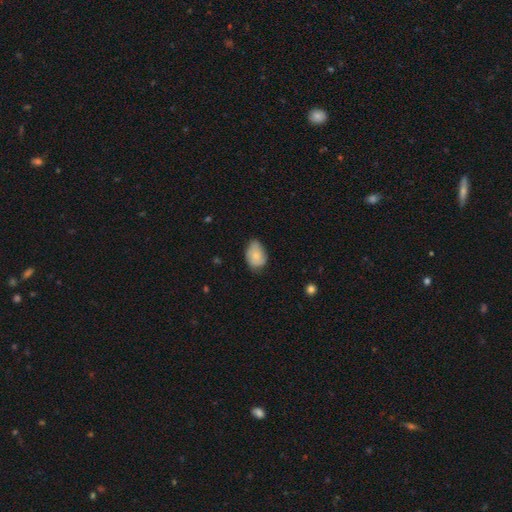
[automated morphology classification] Smooth or featured?
  - smooth: 76% *
  - featured or disk: 17%
  - star or artifact: 7%
How rounded?
  - in between: 79% *
  - round: 20%
  - cigar-shaped: 1%
Merging?
  - none: 54% *
  - minor disturbance: 37%
  - major disturbance: 7%
  - merger: 1%